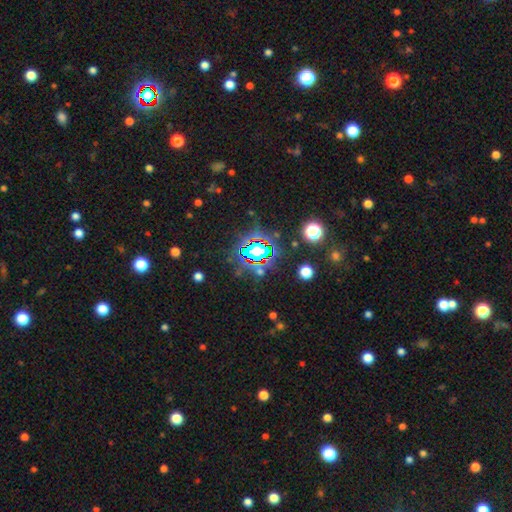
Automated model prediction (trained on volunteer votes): Smooth or featured: star or artifact — 68% (smooth — 21%)